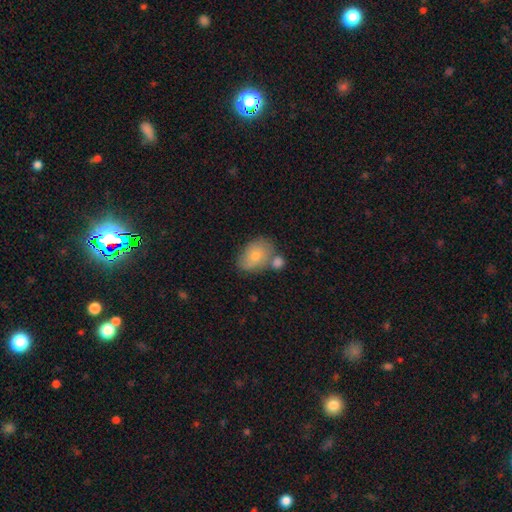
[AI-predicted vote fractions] The model was most divided on "merging": none: 48%, merger: 26%, minor disturbance: 20%, major disturbance: 6%. More confident: how rounded — in between (76%); smooth or featured — smooth (72%).